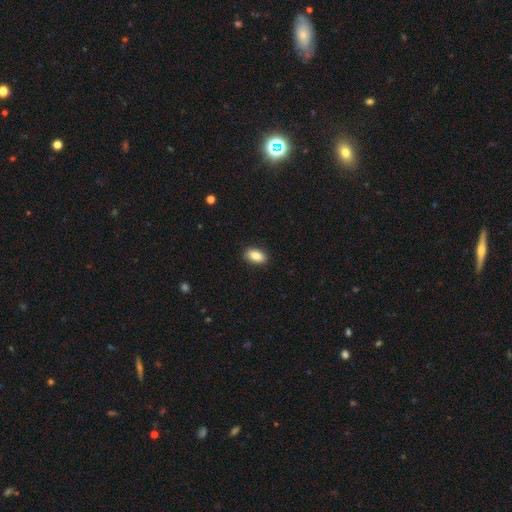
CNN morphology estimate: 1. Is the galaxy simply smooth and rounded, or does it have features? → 86% smooth, 7% star or artifact, 6% featured or disk.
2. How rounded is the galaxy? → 91% in between, 6% round, 3% cigar-shaped.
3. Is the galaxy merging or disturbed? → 89% none, 8% minor disturbance, 2% major disturbance, 1% merger.